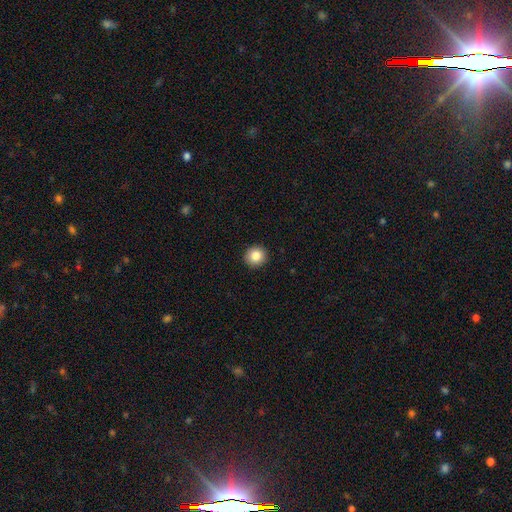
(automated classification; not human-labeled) This is clearly a smooth galaxy (85%). How rounded: clearly round (93%). Merging: clearly none (93%).